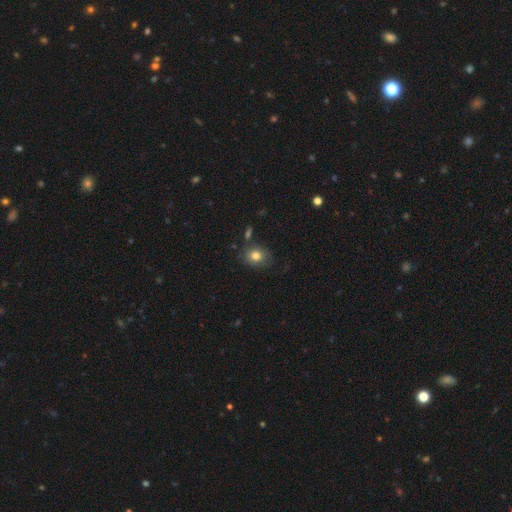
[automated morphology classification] Smooth or featured?
  - smooth: 80% *
  - featured or disk: 10%
  - star or artifact: 10%
How rounded?
  - round: 53% *
  - in between: 46%
  - cigar-shaped: 1%
Merging?
  - none: 75% *
  - minor disturbance: 16%
  - merger: 5%
  - major disturbance: 4%